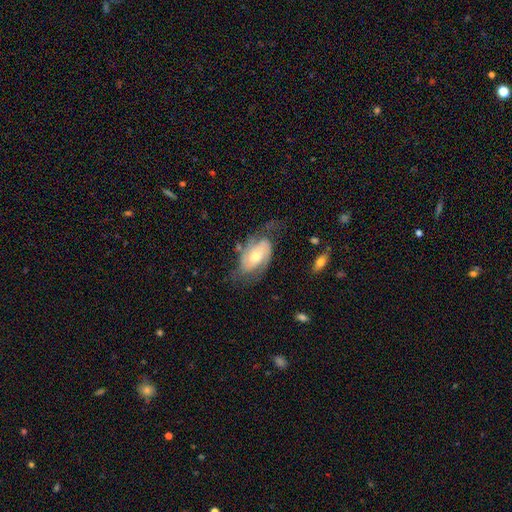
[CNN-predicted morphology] Smooth or featured?
  - featured or disk: 74% *
  - smooth: 20%
  - star or artifact: 6%
Edge-on disk?
  - no: 95% *
  - yes: 5%
Bar?
  - no: 64% *
  - weak: 28%
  - strong: 8%
Spiral arms?
  - yes: 90% *
  - no: 10%
Spiral winding?
  - medium: 42% *
  - tight: 35%
  - loose: 24%
Spiral arm count?
  - 2: 70% *
  - can't tell: 16%
  - 3: 6%
  - 1: 5%
  - 4: 2%
  - more than 4: 2%
Bulge size?
  - moderate: 57% *
  - small: 36%
  - large: 5%
  - none: 1%
  - dominant: 1%
Merging?
  - none: 53% *
  - minor disturbance: 24%
  - major disturbance: 20%
  - merger: 3%